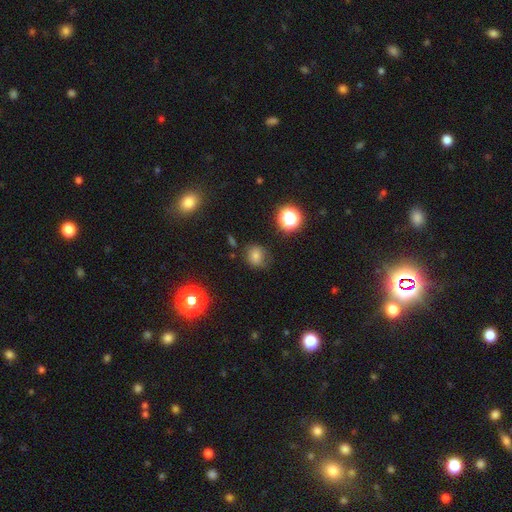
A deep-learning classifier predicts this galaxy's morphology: Smooth or featured: smooth — 75% (star or artifact — 18%)
How rounded: round — 78% (in between — 21%)
Merging: none — 77% (minor disturbance — 16%)